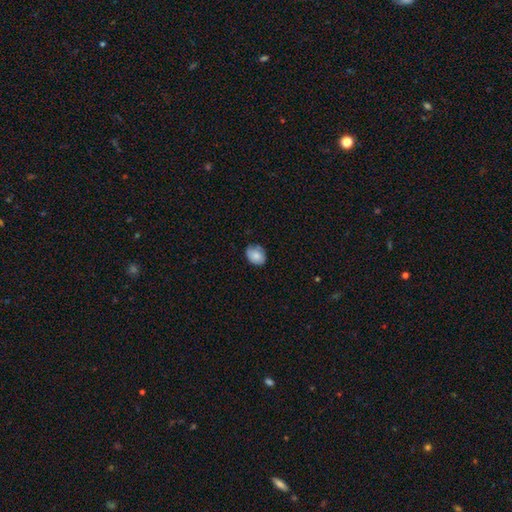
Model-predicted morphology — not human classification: This appears to be a smooth galaxy with no disk features (81%) that is in between round and cigar-shaped (56%). Merging: none (72%).